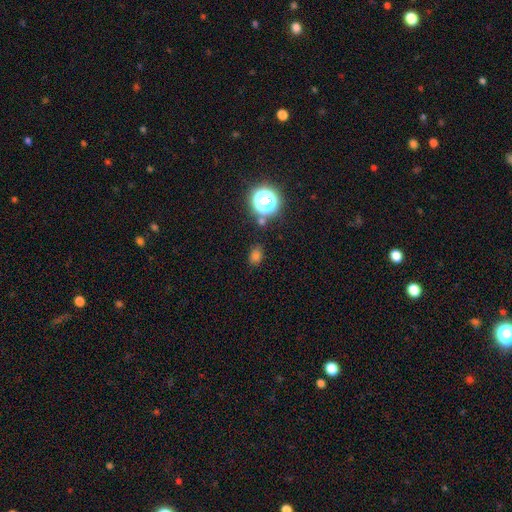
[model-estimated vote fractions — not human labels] A smooth galaxy with no disk features (70%) that is in between round and cigar-shaped (55%).

Vote fractions:
- Smooth or featured? smooth: 70% / star or artifact: 24% / featured or disk: 6%
- How rounded? in between: 55% / round: 43% / cigar-shaped: 2%
- Merging? none: 80% / minor disturbance: 12% / merger: 4% / major disturbance: 4%